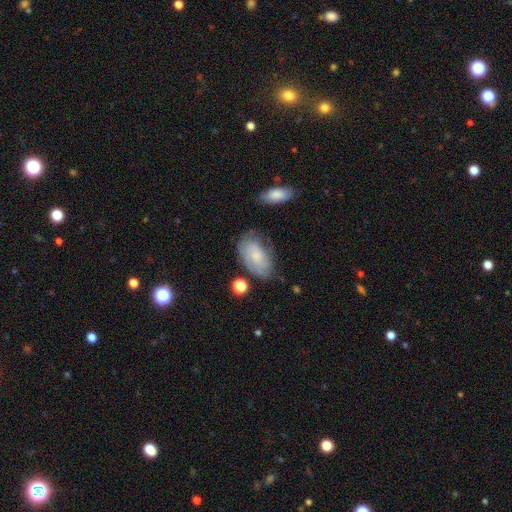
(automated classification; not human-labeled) Smooth or featured? smooth (50%)
Merging? none (59%)